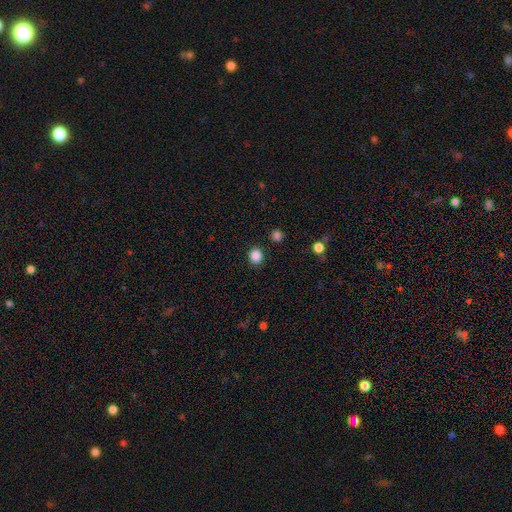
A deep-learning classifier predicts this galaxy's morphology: This appears to be a smooth galaxy with no disk features (86%) that is round (80%). Merging: none (88%).